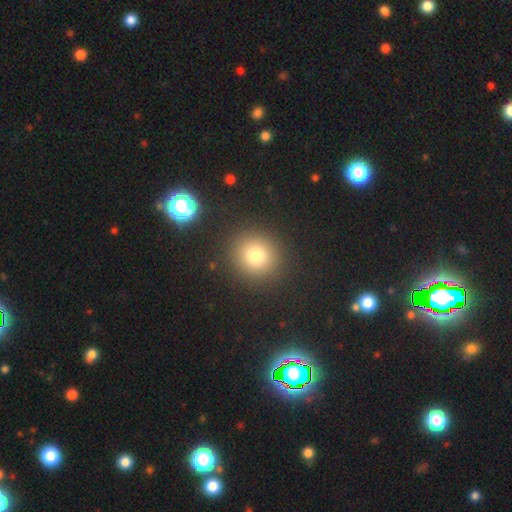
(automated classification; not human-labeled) Smooth or featured?
  - smooth: 76% *
  - star or artifact: 16%
  - featured or disk: 8%
How rounded?
  - round: 90% *
  - in between: 9%
  - cigar-shaped: 1%
Merging?
  - none: 89% *
  - minor disturbance: 6%
  - major disturbance: 3%
  - merger: 2%